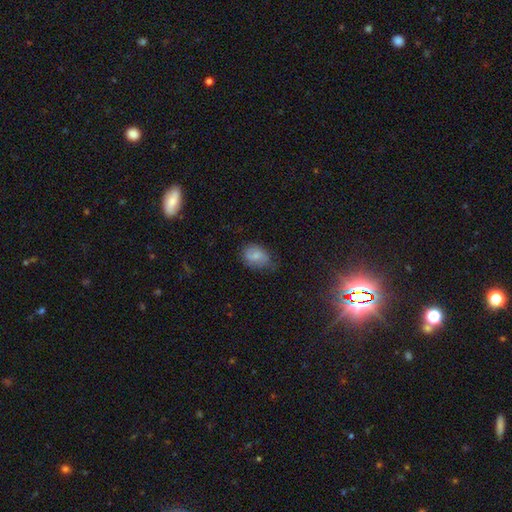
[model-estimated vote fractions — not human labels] Smooth or featured? smooth (73%)
How rounded? in between (72%)
Merging? none (55%)